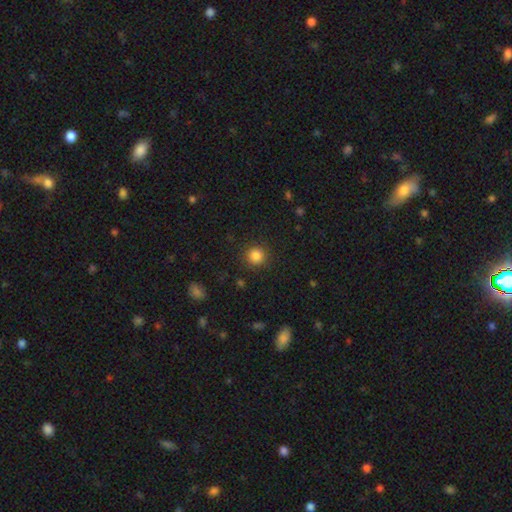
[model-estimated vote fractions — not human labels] Smooth or featured: smooth — 85% (star or artifact — 11%)
How rounded: round — 93% (in between — 6%)
Merging: none — 89% (minor disturbance — 7%)